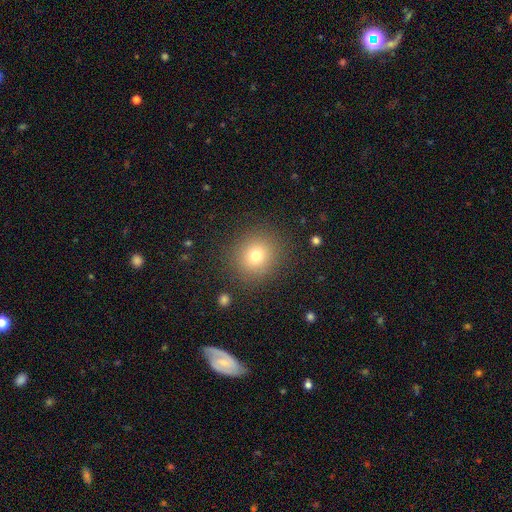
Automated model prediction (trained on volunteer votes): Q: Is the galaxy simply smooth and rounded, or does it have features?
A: smooth — 74%.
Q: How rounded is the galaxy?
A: round — 88%.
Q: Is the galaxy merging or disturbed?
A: none — 87%.